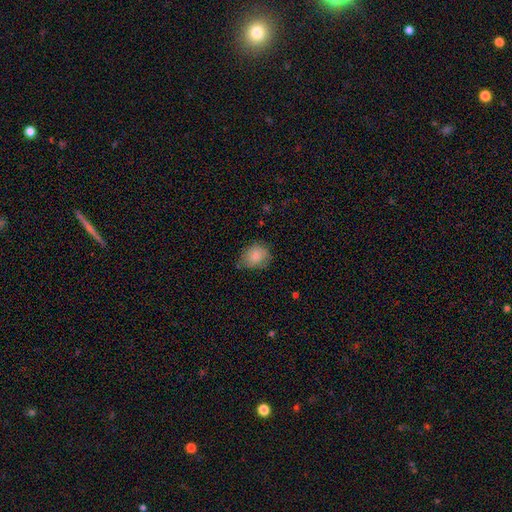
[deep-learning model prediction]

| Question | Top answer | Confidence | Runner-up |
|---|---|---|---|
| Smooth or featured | smooth | 84% | featured or disk (8%) |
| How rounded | round | 56% | in between (43%) |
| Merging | none | 66% | minor disturbance (26%) |